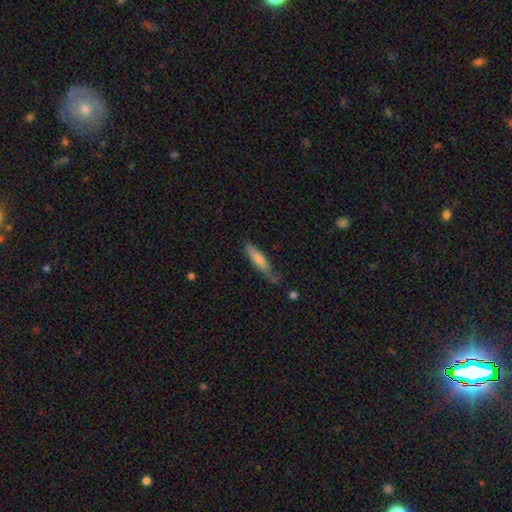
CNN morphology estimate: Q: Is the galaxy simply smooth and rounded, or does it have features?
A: smooth — 65%.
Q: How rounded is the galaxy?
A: cigar-shaped — 85%.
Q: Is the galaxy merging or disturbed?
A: none — 67%.